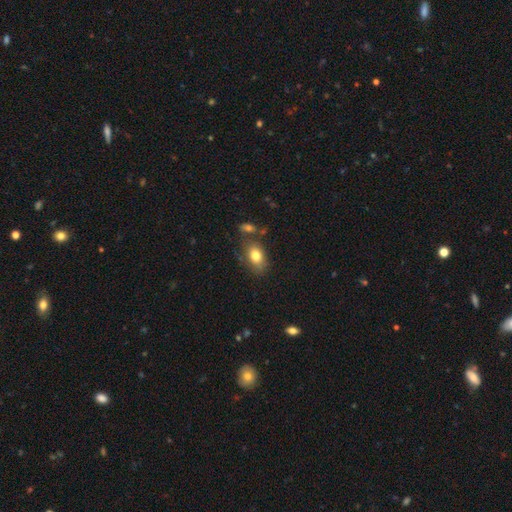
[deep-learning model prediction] Smooth or featured? Predicted: smooth (p=0.79). How rounded? Predicted: in between (p=0.85). Merging? Predicted: none (p=0.65).